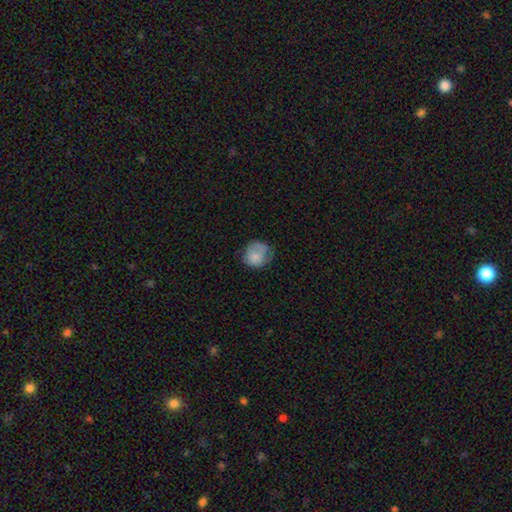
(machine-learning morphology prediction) Smooth or featured? smooth (78%)
How rounded? round (74%)
Merging? none (49%)